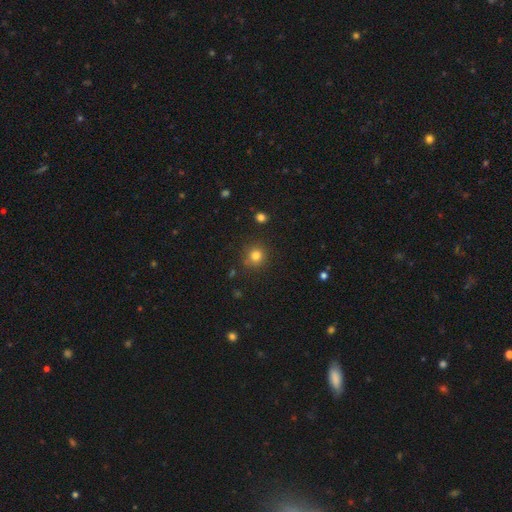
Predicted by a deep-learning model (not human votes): Q: Smooth or featured?
A: smooth (81%); runner-up: star or artifact (13%)
Q: How rounded?
A: round (90%); runner-up: in between (9%)
Q: Merging?
A: none (84%); runner-up: minor disturbance (10%)